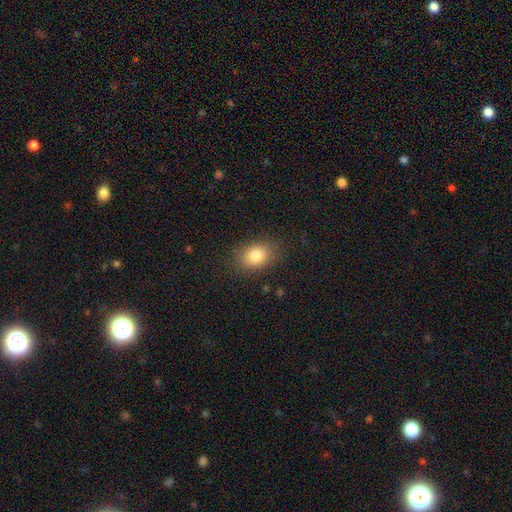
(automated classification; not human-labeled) Smooth or featured?
  - smooth: 82% *
  - star or artifact: 10%
  - featured or disk: 8%
How rounded?
  - in between: 68% *
  - round: 31%
  - cigar-shaped: 1%
Merging?
  - none: 83% *
  - minor disturbance: 12%
  - major disturbance: 4%
  - merger: 1%